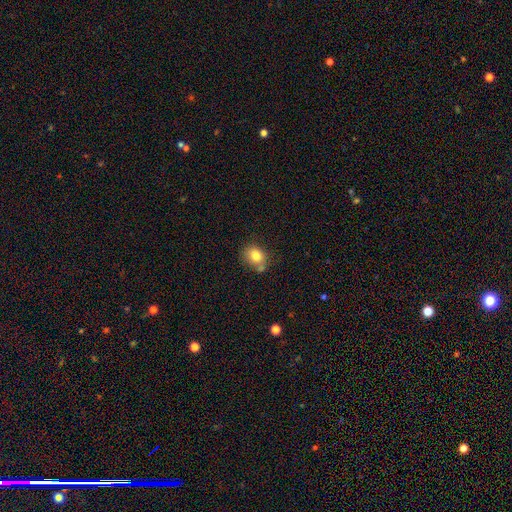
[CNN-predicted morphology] This appears to be a smooth galaxy with no disk features (80%) that is round (59%). Merging: none (61%).